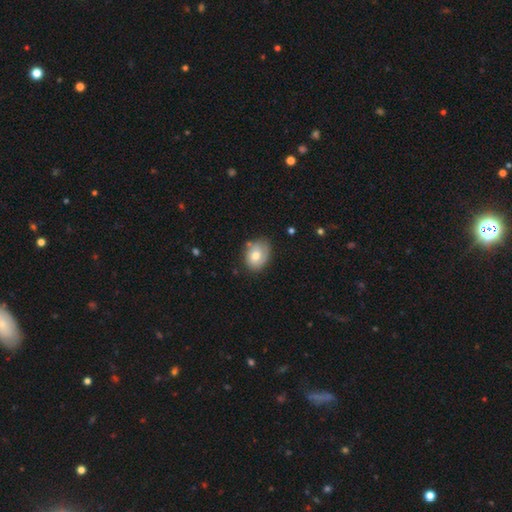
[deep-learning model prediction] smooth-or-featured: smooth: 68% | featured or disk: 24% | star or artifact: 8%
  how-rounded: in between: 60% | round: 40% | cigar-shaped: 1%
  merging: none: 66% | minor disturbance: 25% | major disturbance: 6% | merger: 4%